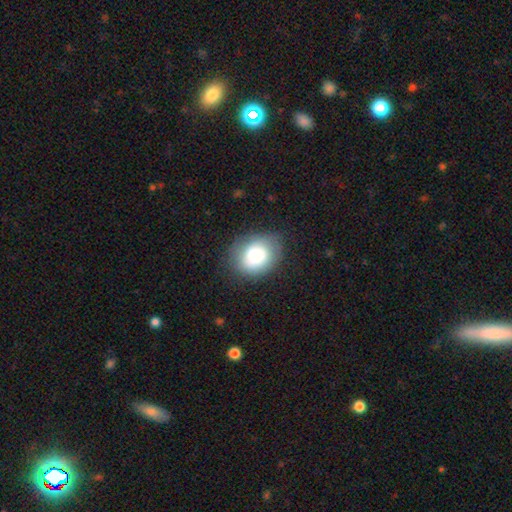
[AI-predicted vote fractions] A smooth galaxy with no disk features (77%) that is in between round and cigar-shaped (53%). Merging: none (70%).